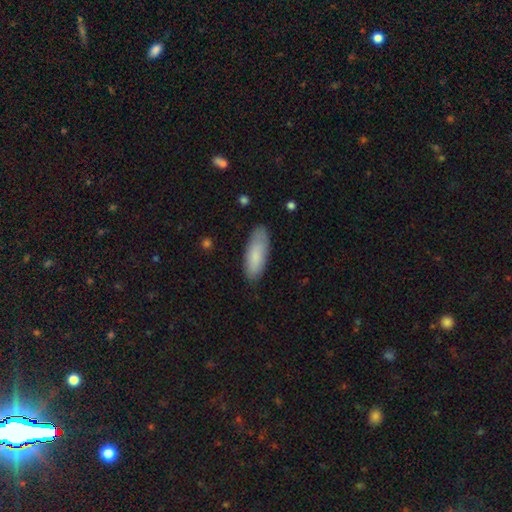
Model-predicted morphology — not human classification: Smooth or featured? smooth (85%)
How rounded? in between (68%)
Merging? none (82%)